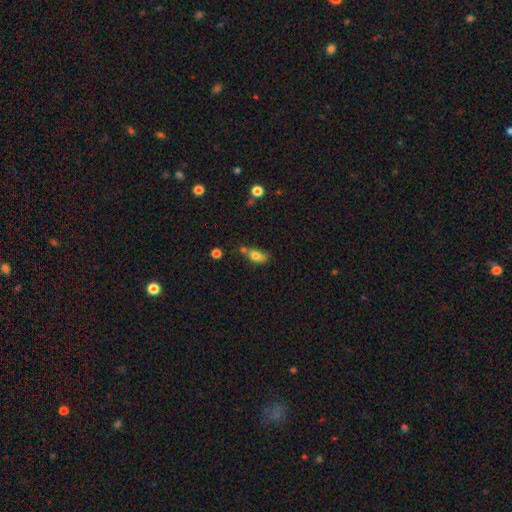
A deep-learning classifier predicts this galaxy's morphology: Smooth or featured? Predicted: smooth (p=0.77). How rounded? Predicted: in between (p=0.81). Merging? Predicted: none (p=0.48).